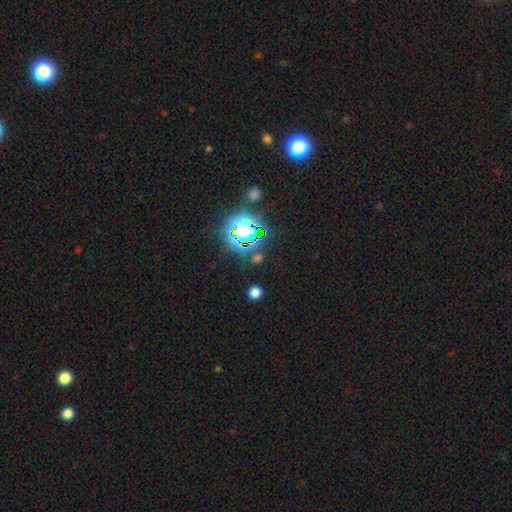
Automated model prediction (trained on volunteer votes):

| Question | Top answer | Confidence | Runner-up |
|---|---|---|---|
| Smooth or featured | star or artifact | 72% | smooth (20%) |